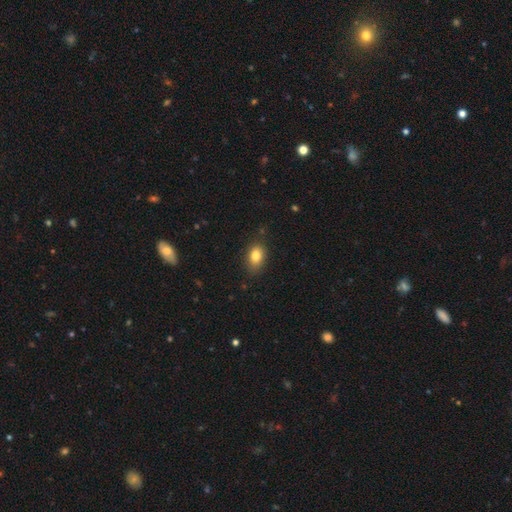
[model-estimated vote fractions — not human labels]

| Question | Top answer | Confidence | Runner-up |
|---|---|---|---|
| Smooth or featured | smooth | 82% | star or artifact (9%) |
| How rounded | in between | 80% | round (19%) |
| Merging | none | 80% | minor disturbance (16%) |